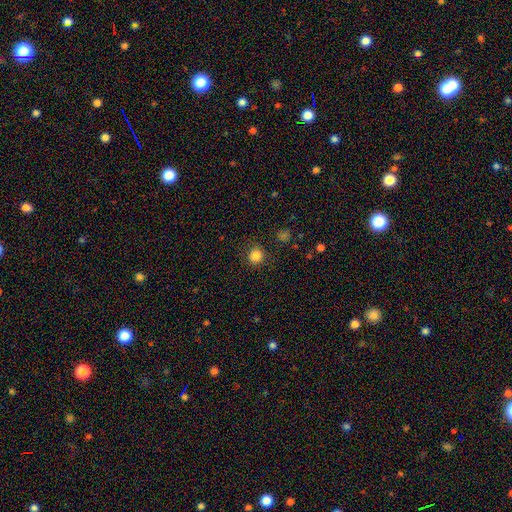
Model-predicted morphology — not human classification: Smooth or featured: smooth — 84% (star or artifact — 12%)
How rounded: round — 90% (in between — 9%)
Merging: none — 88% (minor disturbance — 8%)